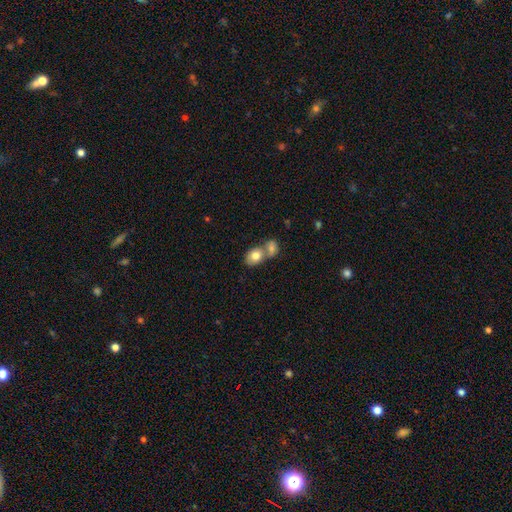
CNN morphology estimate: smooth_or_featured: smooth (p=0.78) [alt: featured or disk p=0.15]
how_rounded: in between (p=0.65) [alt: round p=0.34]
merging: merger (p=0.64) [alt: none p=0.25]